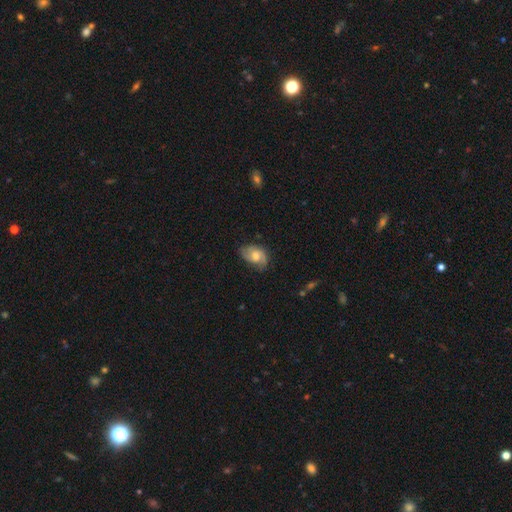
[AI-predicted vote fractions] A featured or disk galaxy (57%) with no bar (64%), spiral arms (87%) and a moderate central bulge (64%). Merging: none (62%).